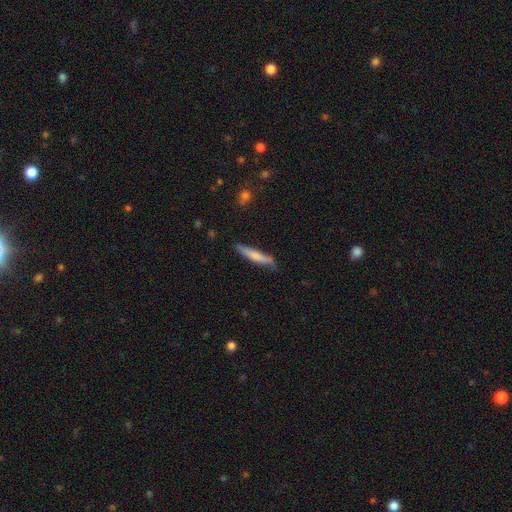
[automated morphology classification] Q: Smooth or featured?
A: smooth (68%); runner-up: featured or disk (27%)
Q: How rounded?
A: cigar-shaped (91%); runner-up: in between (8%)
Q: Merging?
A: none (77%); runner-up: minor disturbance (18%)